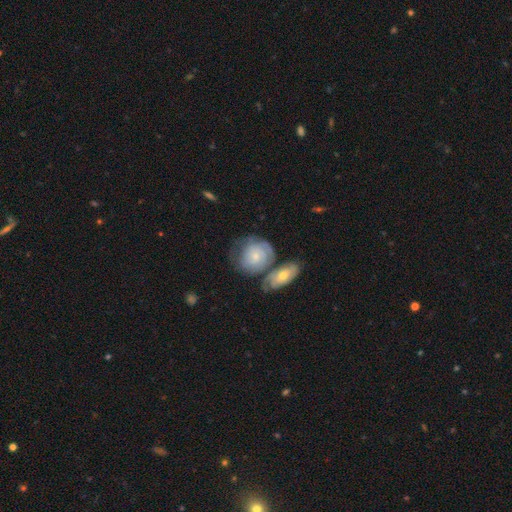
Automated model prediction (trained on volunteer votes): Morphology: type=featured or disk (61%); edge-on=no (96%); bar=no (80%); spiral arms=yes (83%); bulge=small (69%); merging=none (42%).